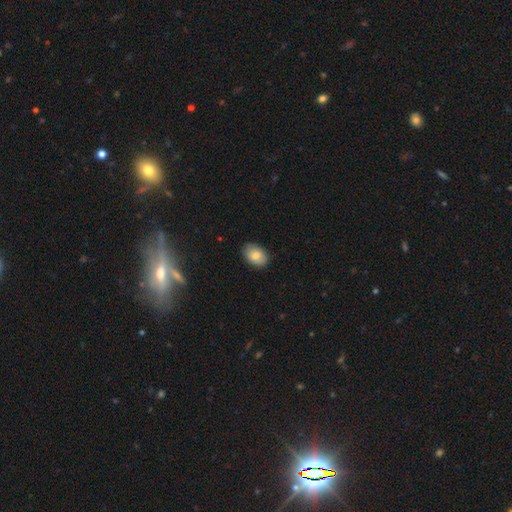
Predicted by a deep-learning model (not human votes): Smooth or featured? Predicted: smooth (p=0.83). How rounded? Predicted: in between (p=0.83). Merging? Predicted: none (p=0.86).